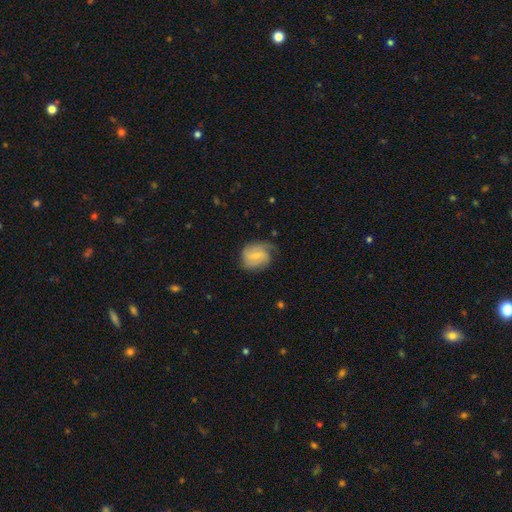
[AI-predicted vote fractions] Smooth or featured?
  - featured or disk: 67% *
  - smooth: 27%
  - star or artifact: 6%
Edge-on disk?
  - no: 98% *
  - yes: 2%
Bar?
  - weak: 52% *
  - no: 36%
  - strong: 11%
Spiral arms?
  - yes: 92% *
  - no: 8%
Spiral winding?
  - tight: 47% *
  - medium: 39%
  - loose: 14%
Spiral arm count?
  - 2: 34% *
  - can't tell: 25%
  - 3: 25%
  - 1: 8%
  - 4: 5%
  - more than 4: 3%
Bulge size?
  - small: 60% *
  - moderate: 31%
  - none: 6%
  - large: 1%
  - dominant: 1%
Merging?
  - none: 60% *
  - minor disturbance: 27%
  - major disturbance: 12%
  - merger: 1%